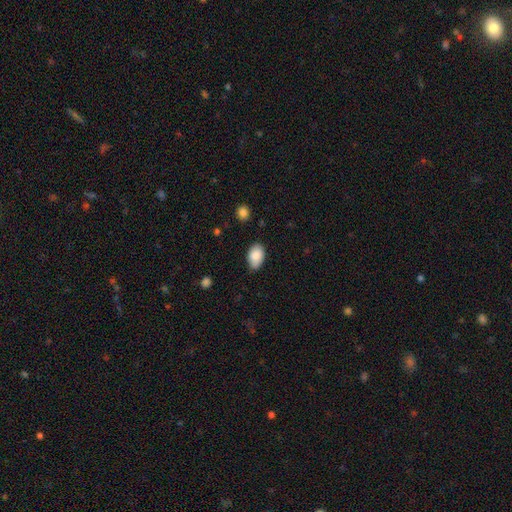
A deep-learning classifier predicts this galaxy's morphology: smooth 87%, star or artifact 7%, featured or disk 6%. Down the decision tree: how rounded — in between (91%); merging — none (79%).